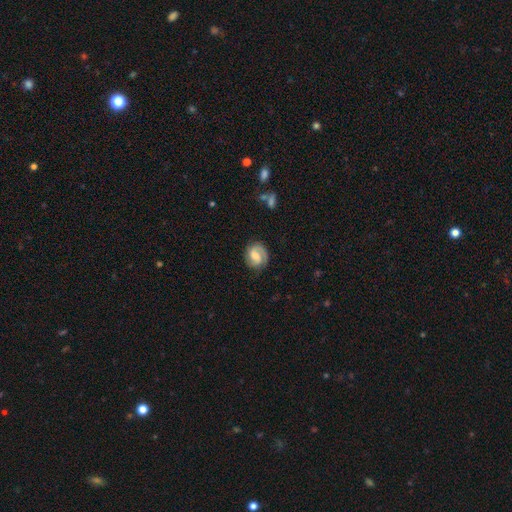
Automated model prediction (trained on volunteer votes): Smooth or featured: featured or disk — 76% (smooth — 18%)
Edge-on disk: no — 98% (yes — 2%)
Bar: weak — 51% (no — 34%)
Spiral arms: yes — 96% (no — 4%)
Spiral winding: medium — 43% (tight — 42%)
Spiral arm count: 2 — 78% (1 — 12%)
Bulge size: moderate — 45% (small — 32%)
Merging: none — 78% (minor disturbance — 15%)